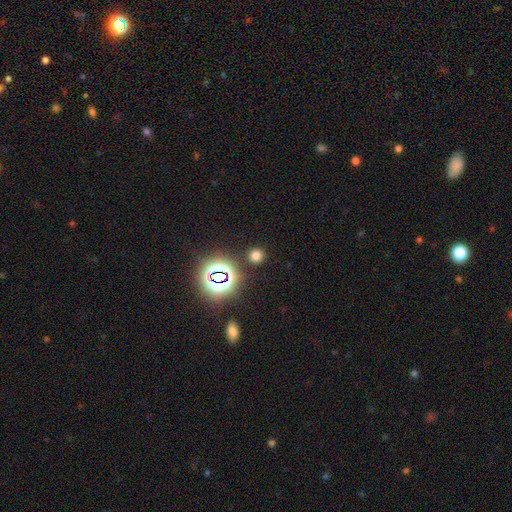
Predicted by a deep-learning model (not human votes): Smooth or featured?
  - smooth: 67% *
  - star or artifact: 27%
  - featured or disk: 6%
How rounded?
  - round: 89% *
  - in between: 9%
  - cigar-shaped: 1%
Merging?
  - none: 87% *
  - minor disturbance: 6%
  - merger: 3%
  - major disturbance: 3%